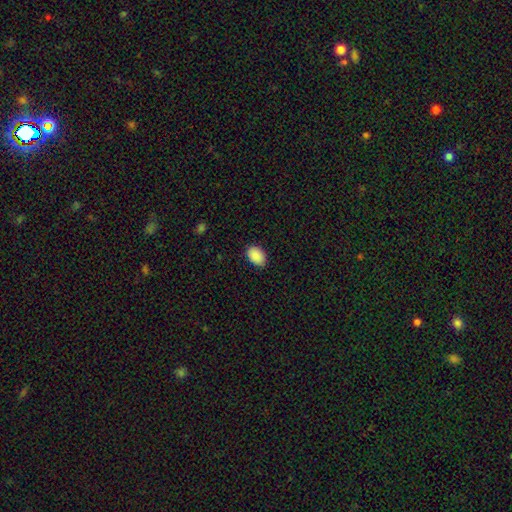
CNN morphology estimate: Overall: smooth (89%). How rounded: in between (81%). Merging: none (85%).